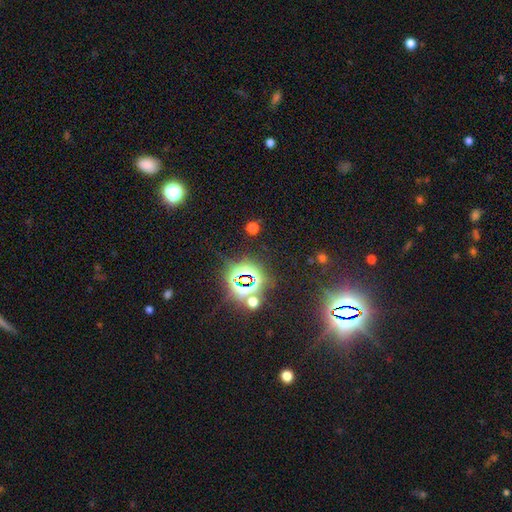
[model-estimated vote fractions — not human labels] Smooth or featured? Predicted: star or artifact (p=0.80).